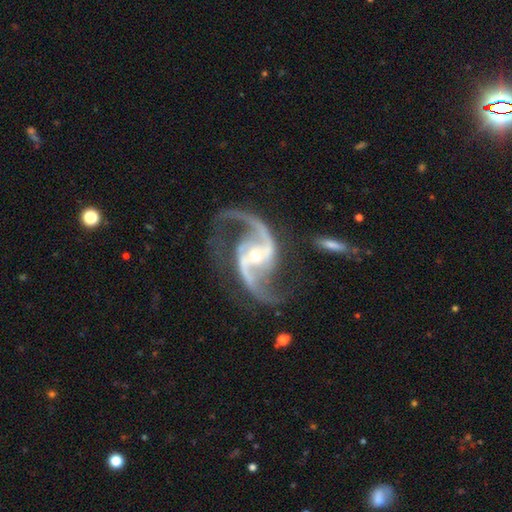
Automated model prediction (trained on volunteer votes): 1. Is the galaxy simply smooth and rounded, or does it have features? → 94% featured or disk, 4% star or artifact, 2% smooth.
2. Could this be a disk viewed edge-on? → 98% no, 2% yes.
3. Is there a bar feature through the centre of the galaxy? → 42% strong, 34% weak, 23% no.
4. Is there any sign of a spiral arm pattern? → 99% yes, 1% no.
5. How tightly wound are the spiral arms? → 49% loose, 44% medium, 7% tight.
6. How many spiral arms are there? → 95% 2, 1% 3, 1% can't tell, 1% 1, 1% 4, 1% more than 4.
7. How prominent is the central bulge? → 51% small, 45% moderate, 2% large, 1% none, 1% dominant.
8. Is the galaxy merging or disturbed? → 76% none, 13% minor disturbance, 8% major disturbance, 3% merger.